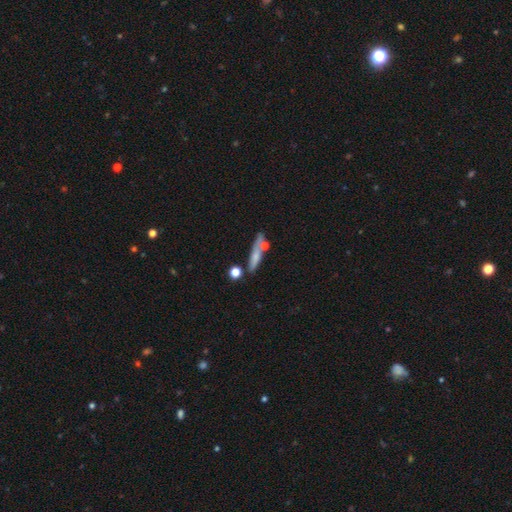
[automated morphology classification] This appears to be a smooth galaxy with no disk features (59%) that is cigar-shaped (75%). Merging: none (61%).